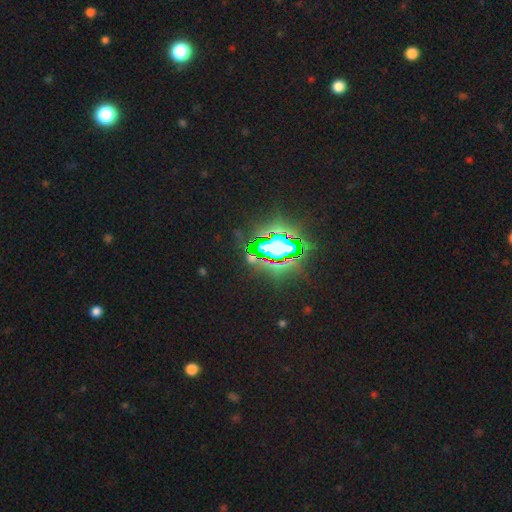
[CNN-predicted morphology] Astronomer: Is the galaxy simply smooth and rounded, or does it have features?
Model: star or artifact — 79%.